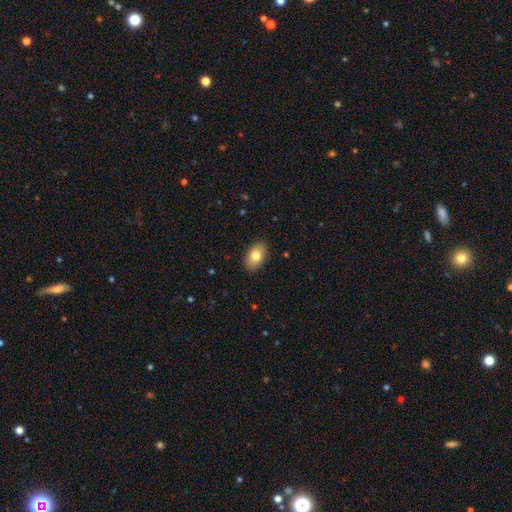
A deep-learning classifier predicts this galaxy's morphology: Q: Smooth or featured?
A: smooth (79%); runner-up: featured or disk (13%)
Q: How rounded?
A: in between (90%); runner-up: round (9%)
Q: Merging?
A: none (89%); runner-up: minor disturbance (8%)